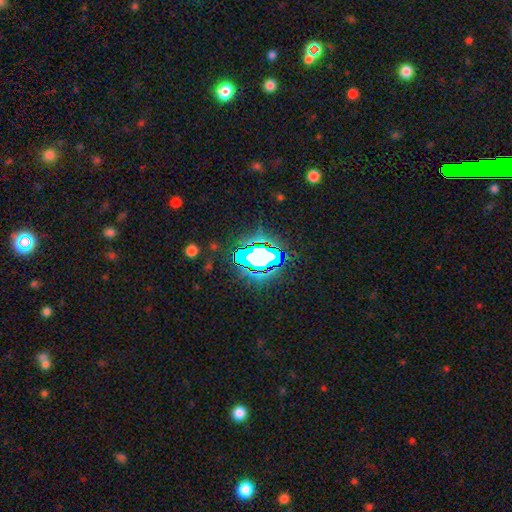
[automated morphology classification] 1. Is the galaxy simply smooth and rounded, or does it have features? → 58% star or artifact, 25% smooth, 17% featured or disk.